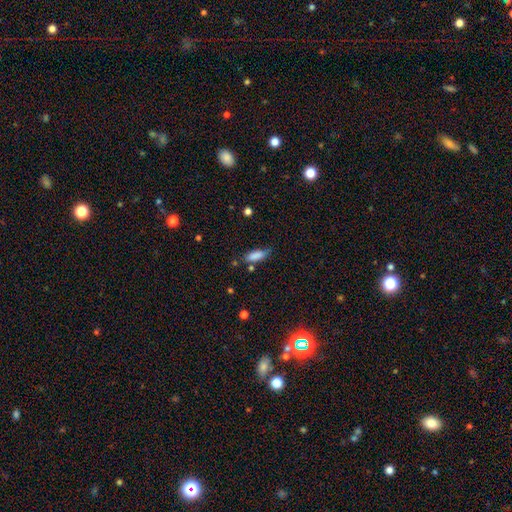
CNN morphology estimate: smooth_or_featured: smooth (p=0.85) [alt: star or artifact p=0.08]
how_rounded: in between (p=0.63) [alt: cigar-shaped p=0.34]
merging: none (p=0.68) [alt: minor disturbance p=0.21]